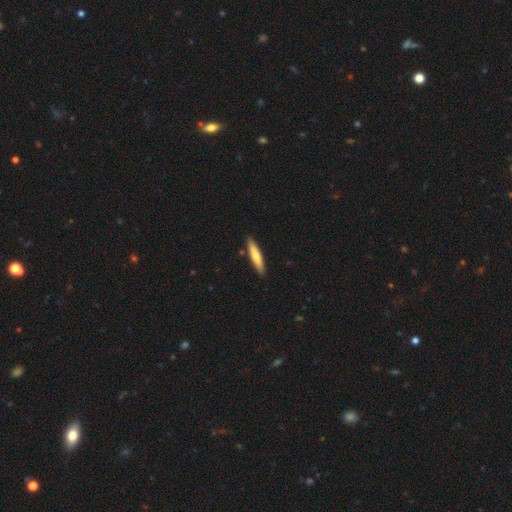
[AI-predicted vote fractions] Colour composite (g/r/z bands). It shows a smooth galaxy with no disk features (69%) that is cigar-shaped (88%). Merging: none (88%).